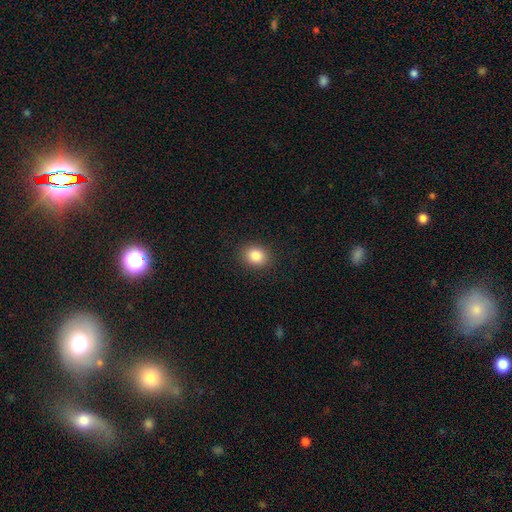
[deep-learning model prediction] The model was most divided on "how rounded": round: 55%, in between: 44%, cigar-shaped: 1%. More confident: merging — none (90%); smooth or featured — smooth (85%).